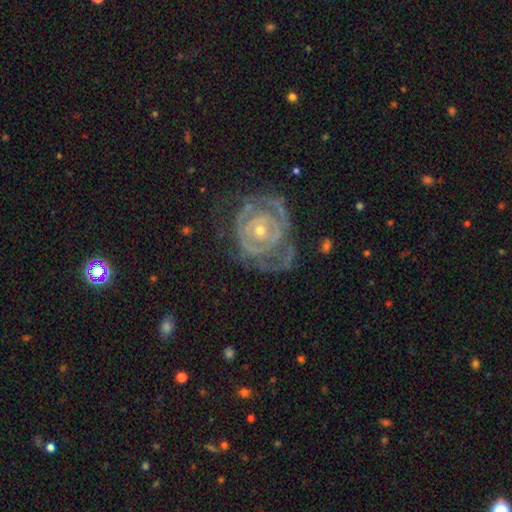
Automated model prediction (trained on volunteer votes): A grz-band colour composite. It shows a featured or disk galaxy (84%) with no bar (71%), 2 (37%) tight (76%) spiral arms (92%) and a small central bulge (66%). Merging: none (65%).